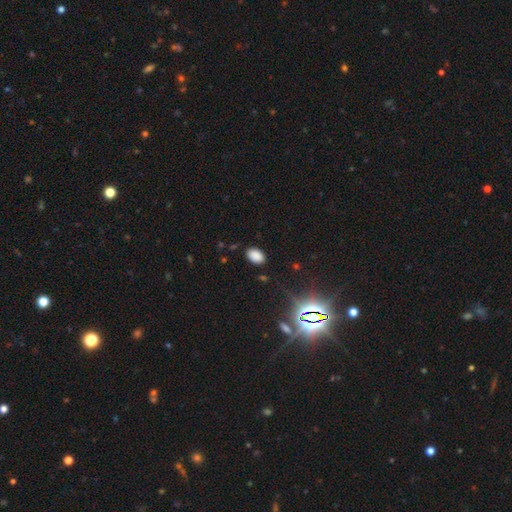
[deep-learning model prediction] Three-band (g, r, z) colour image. It shows a smooth galaxy with no disk features (83%) that is in between round and cigar-shaped (88%). Merging: none (85%).